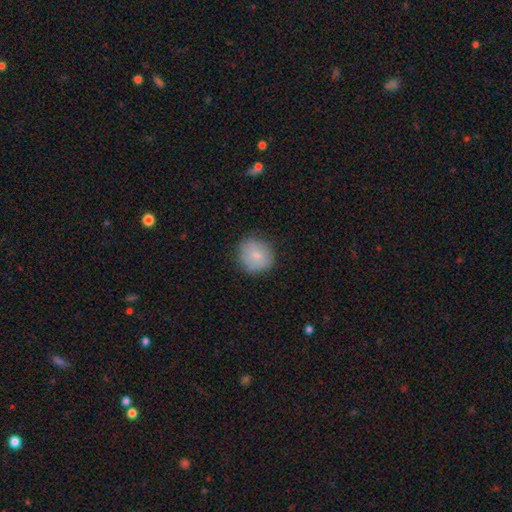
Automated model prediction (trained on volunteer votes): This is likely a smooth galaxy (77%). How rounded: clearly round (86%). Merging: likely none (80%).